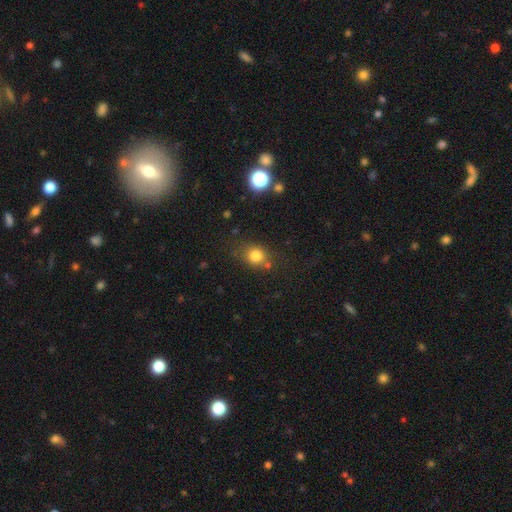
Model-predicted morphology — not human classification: This appears to be a smooth galaxy with no disk features (80%) that is round (73%). Merging: none (69%).